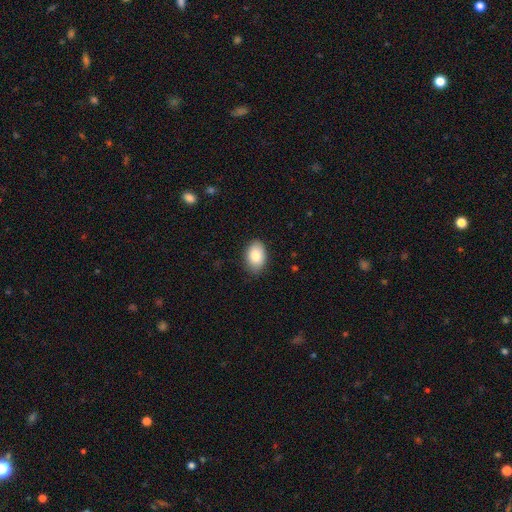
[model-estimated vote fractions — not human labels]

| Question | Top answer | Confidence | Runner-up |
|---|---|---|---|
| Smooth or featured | smooth | 85% | featured or disk (8%) |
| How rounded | in between | 87% | round (12%) |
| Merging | none | 84% | minor disturbance (13%) |